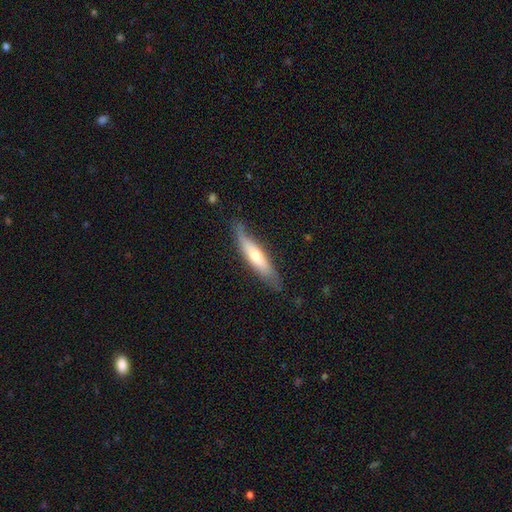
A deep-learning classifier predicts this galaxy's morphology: A smooth galaxy with no disk features (48%).

Vote fractions:
- Smooth or featured? smooth: 48% / featured or disk: 46% / star or artifact: 6%
- Merging? none: 70% / minor disturbance: 23% / major disturbance: 6% / merger: 2%